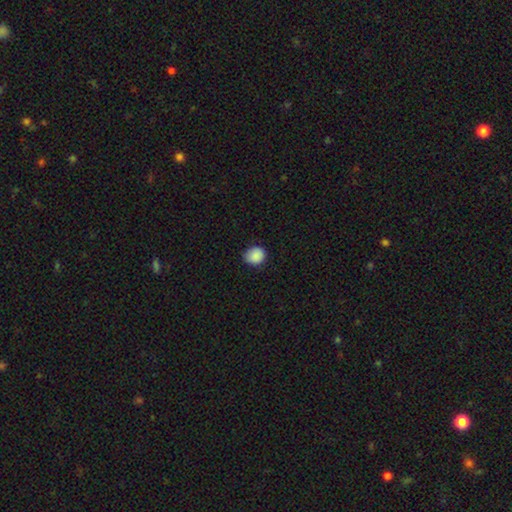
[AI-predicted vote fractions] This is clearly a smooth galaxy (88%). How rounded: likely round (74%). Merging: clearly none (81%).